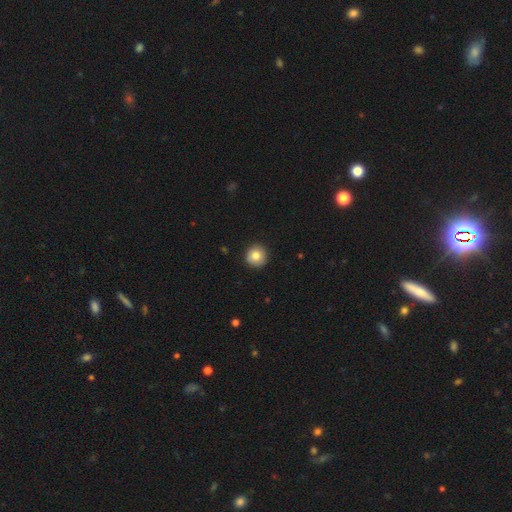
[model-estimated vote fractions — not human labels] Smooth or featured? Predicted: smooth (p=0.83). How rounded? Predicted: round (p=0.95). Merging? Predicted: none (p=0.91).